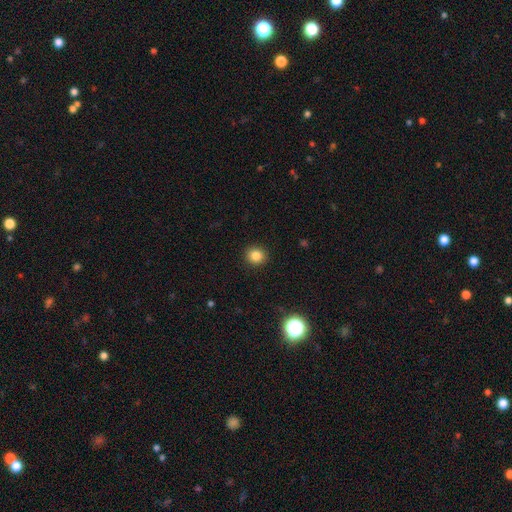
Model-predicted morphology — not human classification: This appears to be a smooth galaxy with no disk features (84%) that is round (90%). Merging: none (92%).